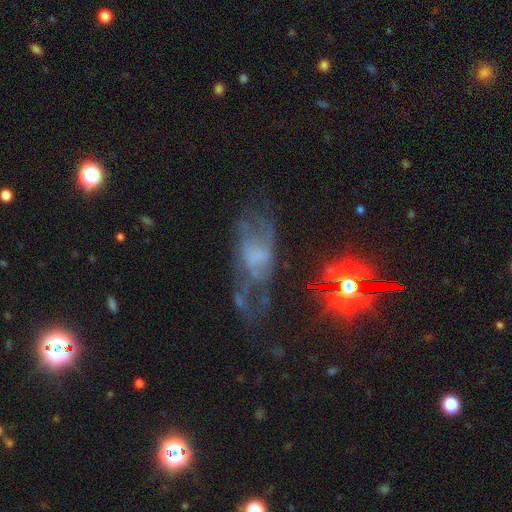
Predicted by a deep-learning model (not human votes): Q: Smooth or featured?
A: featured or disk (57%); runner-up: smooth (25%)
Q: Edge-on disk?
A: no (89%); runner-up: yes (11%)
Q: Bar?
A: no (71%); runner-up: weak (23%)
Q: Spiral arms?
A: yes (51%); runner-up: no (49%)
Q: Bulge size?
A: none (48%); runner-up: moderate (20%)
Q: Merging?
A: none (44%); runner-up: major disturbance (30%)